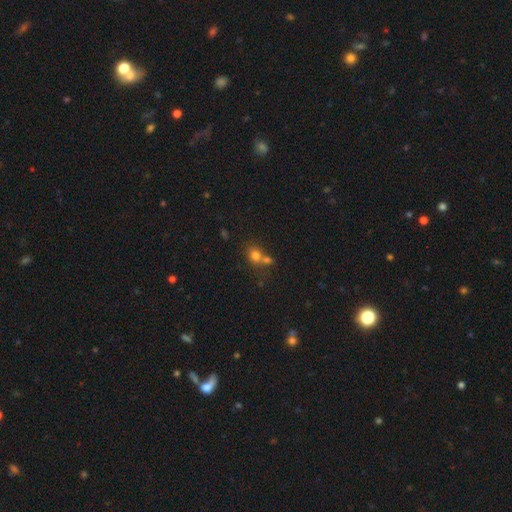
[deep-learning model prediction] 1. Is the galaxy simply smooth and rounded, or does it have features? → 75% smooth, 14% star or artifact, 11% featured or disk.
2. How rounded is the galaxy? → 68% round, 31% in between, 1% cigar-shaped.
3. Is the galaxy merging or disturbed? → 45% merger, 42% none, 9% minor disturbance, 4% major disturbance.